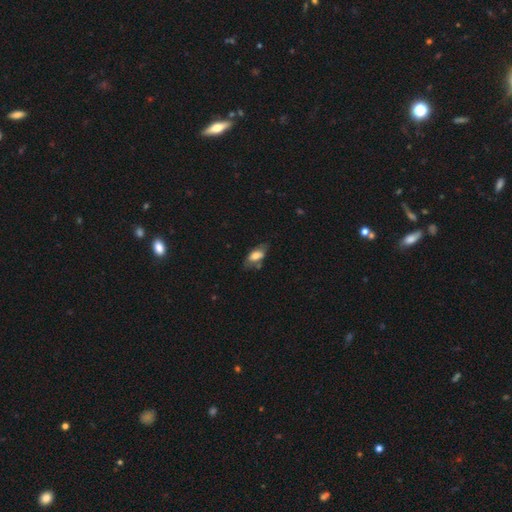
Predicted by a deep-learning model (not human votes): Smooth or featured? smooth (66%)
How rounded? in between (88%)
Merging? none (60%)